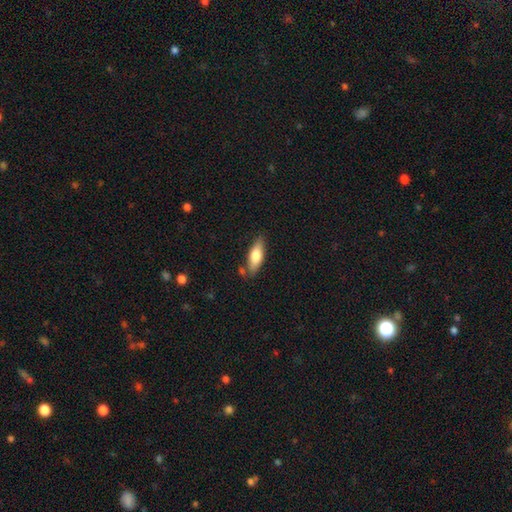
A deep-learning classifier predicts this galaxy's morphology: type=smooth (72%); roundness=in between (66%); merging=none (76%).